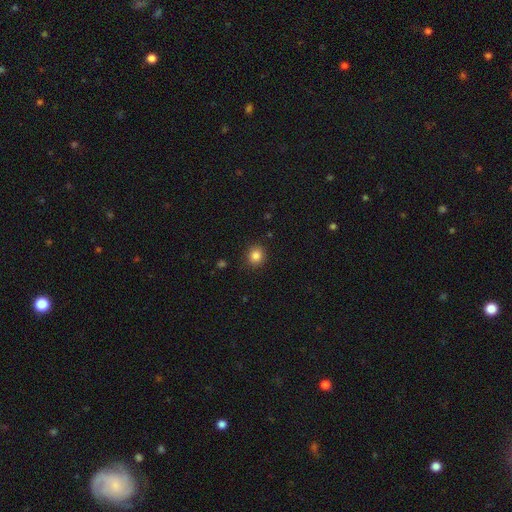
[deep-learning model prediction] The model was most divided on "how rounded": round: 86%, in between: 14%, cigar-shaped: 1%. More confident: merging — none (89%); smooth or featured — smooth (84%).